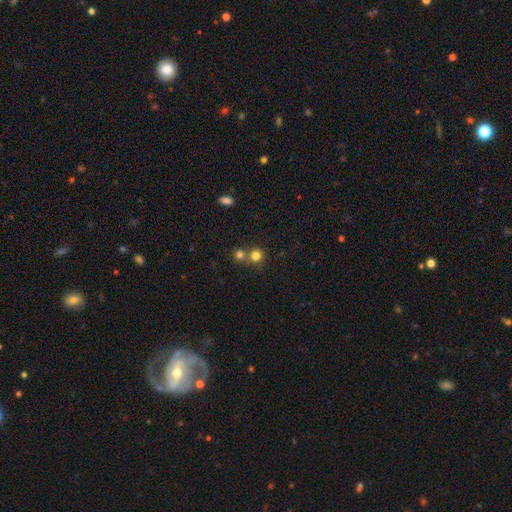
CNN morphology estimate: Smooth or featured?
  - smooth: 79% *
  - star or artifact: 14%
  - featured or disk: 8%
How rounded?
  - round: 90% *
  - in between: 9%
  - cigar-shaped: 1%
Merging?
  - none: 54% *
  - merger: 38%
  - minor disturbance: 6%
  - major disturbance: 2%